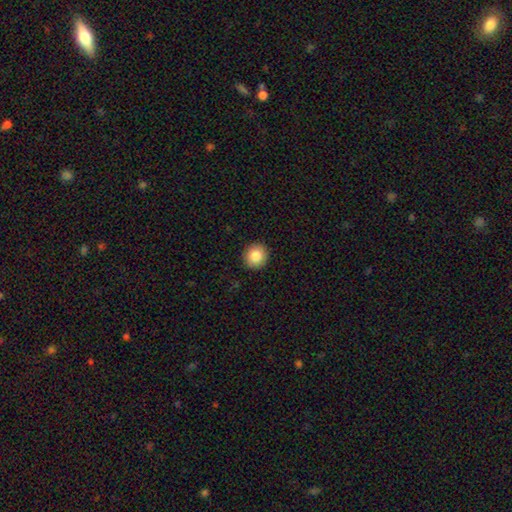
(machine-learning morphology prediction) smooth 85%, star or artifact 9%, featured or disk 6%. Down the decision tree: how rounded — round (92%); merging — none (92%).